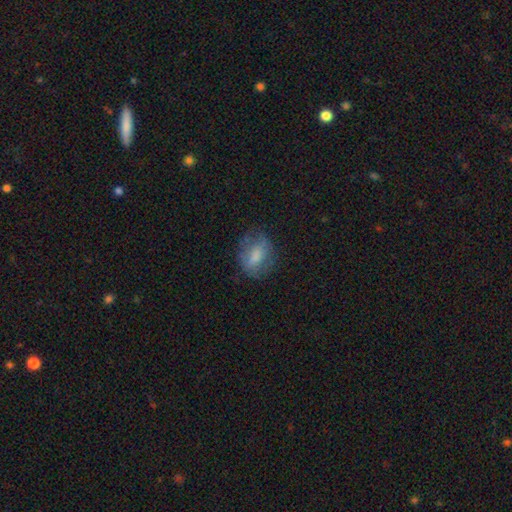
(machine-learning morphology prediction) type=smooth (66%); roundness=in between (69%); merging=none (62%).